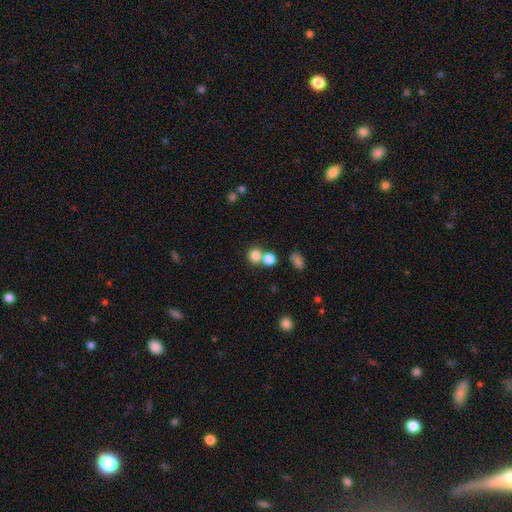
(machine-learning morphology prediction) A smooth galaxy with no disk features (81%) that is round (85%). Merging: none (51%).